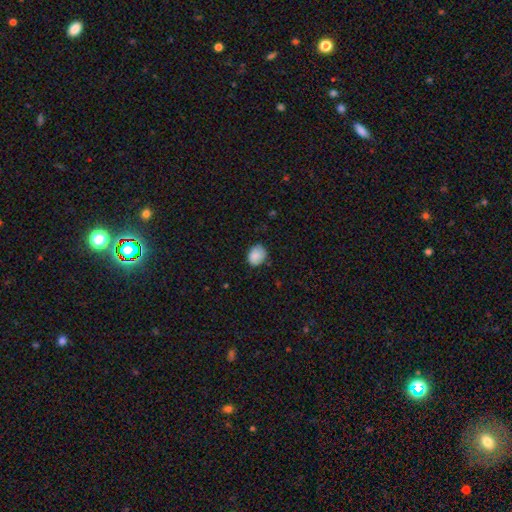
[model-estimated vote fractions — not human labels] This appears to be a smooth galaxy with no disk features (88%) that is round (50%). Merging: none (77%).